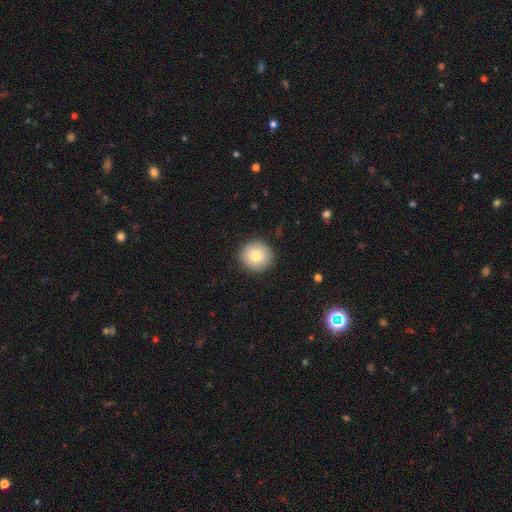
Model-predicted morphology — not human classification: A smooth galaxy with no disk features (81%) that is round (92%).

Vote fractions:
- Smooth or featured? smooth: 81% / featured or disk: 11% / star or artifact: 8%
- How rounded? round: 92% / in between: 7% / cigar-shaped: 1%
- Merging? none: 90% / minor disturbance: 7% / major disturbance: 2% / merger: 1%